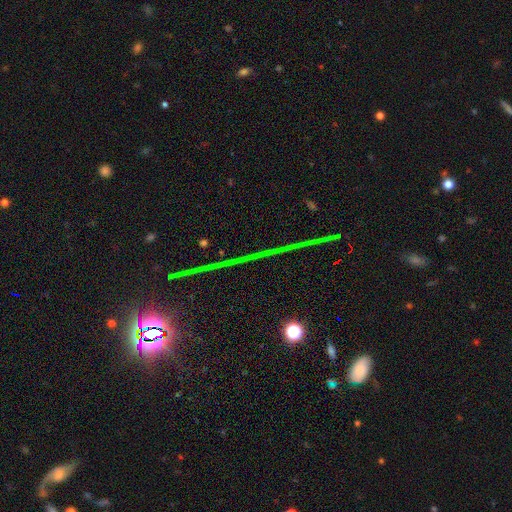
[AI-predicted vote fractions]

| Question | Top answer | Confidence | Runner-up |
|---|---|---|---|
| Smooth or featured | star or artifact | 78% | featured or disk (13%) |